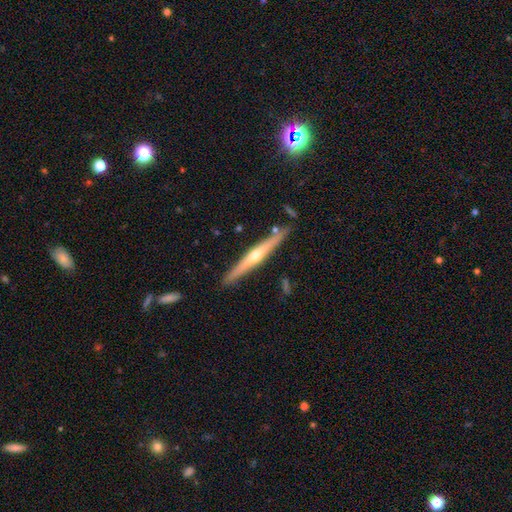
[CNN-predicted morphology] Smooth or featured?
  - featured or disk: 74% *
  - smooth: 20%
  - star or artifact: 6%
Edge-on disk?
  - yes: 97% *
  - no: 3%
Edge-on bulge?
  - rounded: 86% *
  - none: 11%
  - boxy: 3%
Merging?
  - none: 86% *
  - minor disturbance: 9%
  - merger: 3%
  - major disturbance: 2%